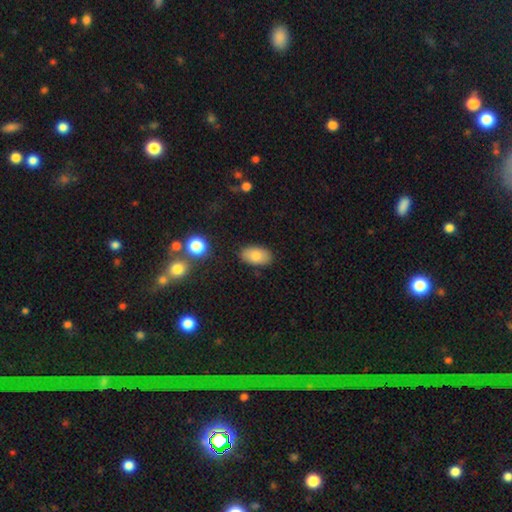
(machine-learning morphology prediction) This is clearly a smooth galaxy (83%). How rounded: clearly in between (93%). Merging: clearly none (85%).